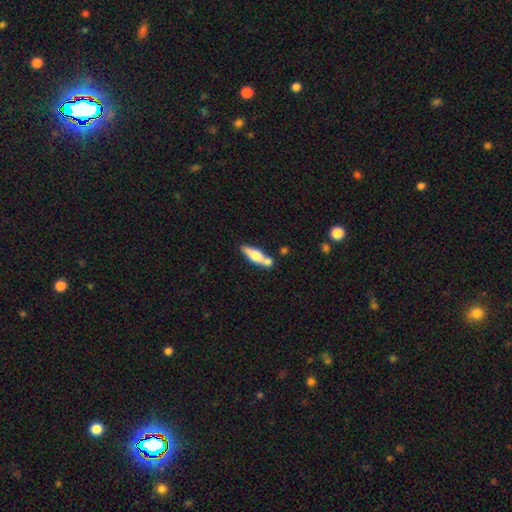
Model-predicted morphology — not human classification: This appears to be a smooth galaxy with no disk features (52%) that is cigar-shaped (58%). Merging: none (56%).